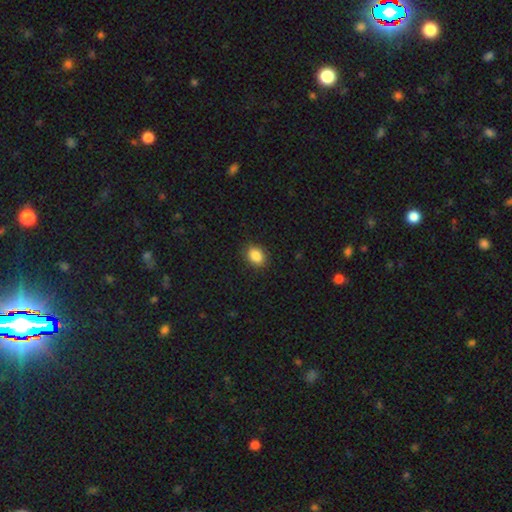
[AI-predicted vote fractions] Smooth or featured?
  - smooth: 87% *
  - star or artifact: 9%
  - featured or disk: 4%
How rounded?
  - in between: 70% *
  - round: 29%
  - cigar-shaped: 1%
Merging?
  - none: 88% *
  - minor disturbance: 9%
  - major disturbance: 2%
  - merger: 1%